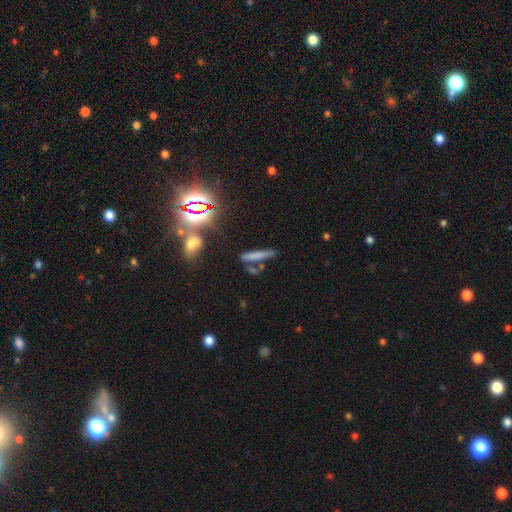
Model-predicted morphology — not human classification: Smooth or featured? smooth (65%)
How rounded? cigar-shaped (85%)
Merging? none (66%)